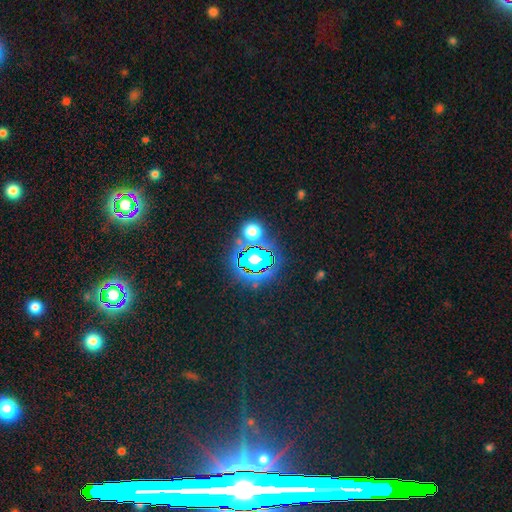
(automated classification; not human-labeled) Smooth or featured? Predicted: star or artifact (p=0.79).